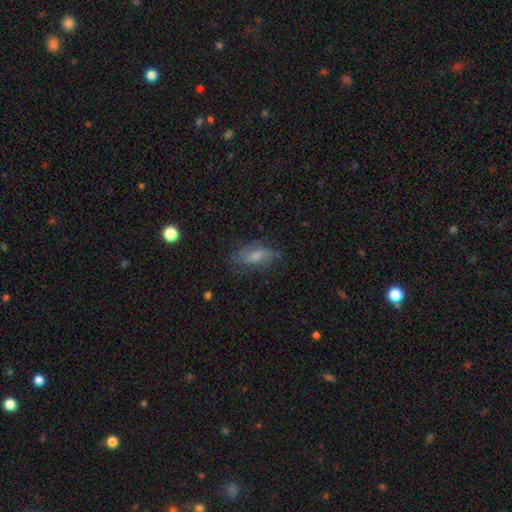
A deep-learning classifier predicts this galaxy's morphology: smooth_or_featured: smooth (p=0.45) [tied with: featured or disk p=0.45]
merging: none (p=0.62) [alt: minor disturbance p=0.24]